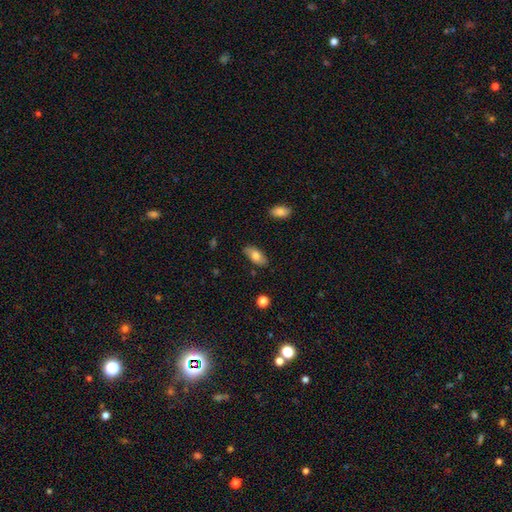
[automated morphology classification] The model was most divided on "smooth or featured": smooth: 73%, featured or disk: 20%, star or artifact: 7%. More confident: how rounded — in between (91%); merging — none (82%).